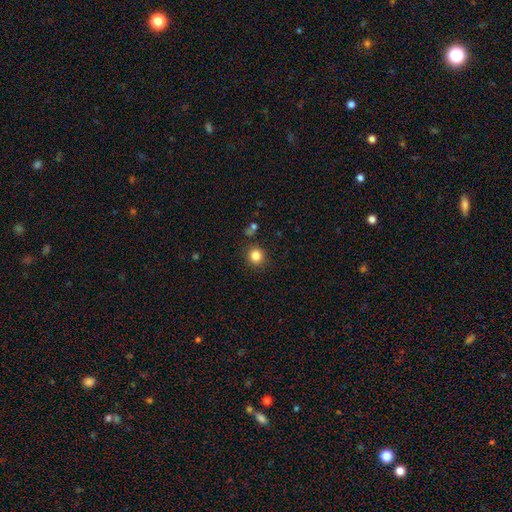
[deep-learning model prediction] A smooth galaxy with no disk features (84%) that is round (87%).

Vote fractions:
- Smooth or featured? smooth: 84% / star or artifact: 11% / featured or disk: 5%
- How rounded? round: 87% / in between: 12% / cigar-shaped: 1%
- Merging? none: 86% / minor disturbance: 9% / major disturbance: 3% / merger: 3%